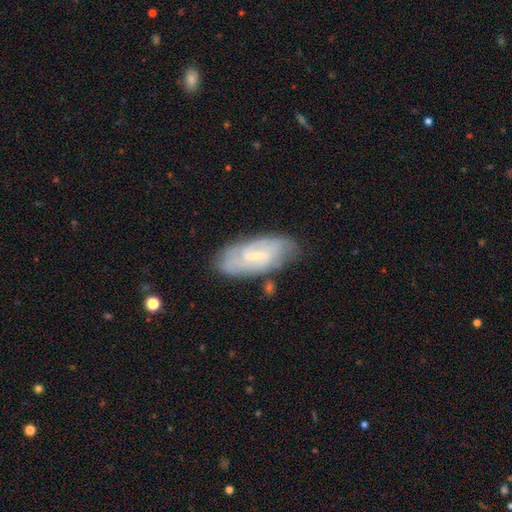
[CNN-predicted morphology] Smooth or featured? Predicted: featured or disk (p=0.71). Edge-on disk? Predicted: no (p=0.92). Bar? Predicted: weak (p=0.52). Spiral arms? Predicted: yes (p=0.86). Spiral winding? Predicted: tight (p=0.48). Spiral arm count? Predicted: 2 (p=0.43). Bulge size? Predicted: small (p=0.75). Merging? Predicted: none (p=0.74).